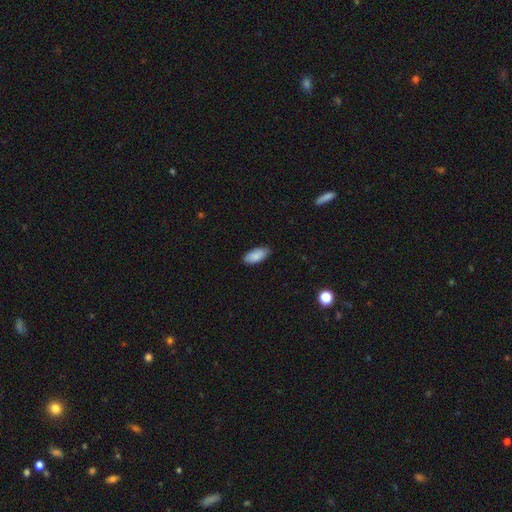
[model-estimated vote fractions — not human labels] smooth_or_featured: smooth (p=0.87) [alt: featured or disk p=0.07]
how_rounded: in between (p=0.92) [alt: cigar-shaped p=0.07]
merging: none (p=0.84) [alt: minor disturbance p=0.13]